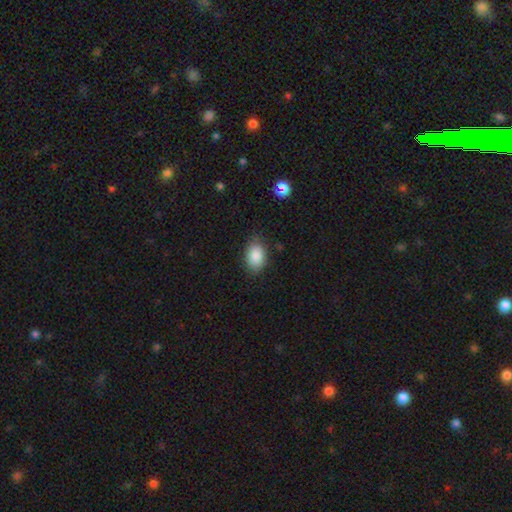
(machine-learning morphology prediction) Smooth or featured? Predicted: smooth (p=0.87). How rounded? Predicted: in between (p=0.87). Merging? Predicted: none (p=0.80).